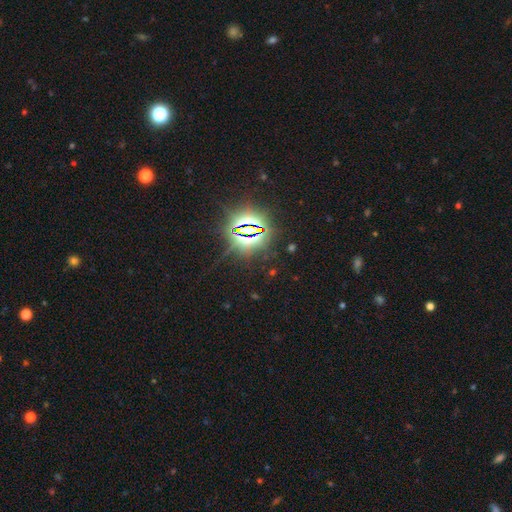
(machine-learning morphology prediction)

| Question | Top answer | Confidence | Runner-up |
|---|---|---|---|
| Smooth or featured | star or artifact | 84% | smooth (9%) |